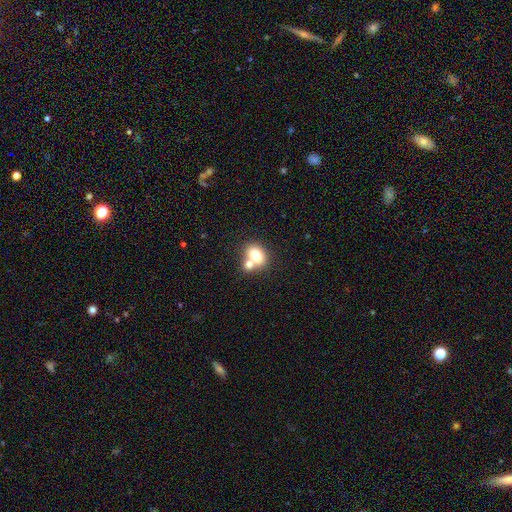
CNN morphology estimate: A smooth galaxy with no disk features (75%) that is in between round and cigar-shaped (65%). Merging: merger (51%).